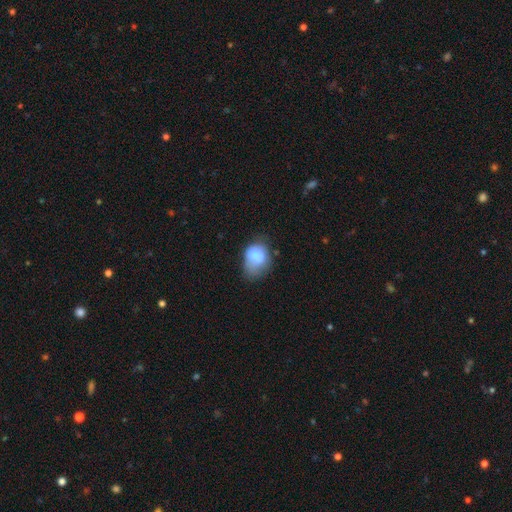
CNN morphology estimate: Q: Smooth or featured?
A: smooth (76%); runner-up: featured or disk (15%)
Q: How rounded?
A: in between (63%); runner-up: round (36%)
Q: Merging?
A: minor disturbance (36%); runner-up: none (30%)